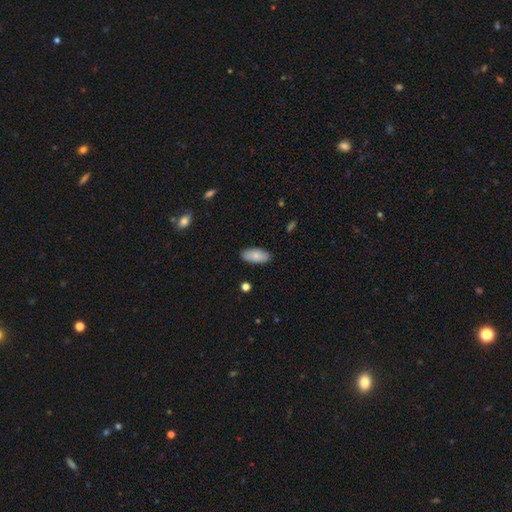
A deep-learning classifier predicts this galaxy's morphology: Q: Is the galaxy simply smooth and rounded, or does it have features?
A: smooth — 85%.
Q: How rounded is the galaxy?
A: in between — 91%.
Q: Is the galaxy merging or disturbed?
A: none — 88%.